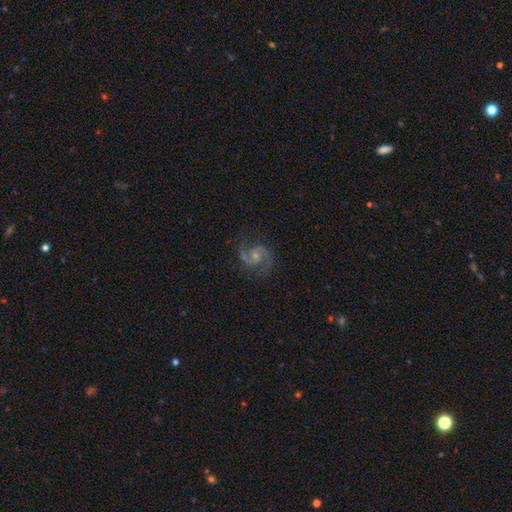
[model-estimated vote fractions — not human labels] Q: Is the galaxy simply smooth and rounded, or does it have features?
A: featured or disk — 88%.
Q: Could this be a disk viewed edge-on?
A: no — 98%.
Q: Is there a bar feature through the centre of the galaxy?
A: no — 58%.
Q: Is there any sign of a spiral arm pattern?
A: yes — 98%.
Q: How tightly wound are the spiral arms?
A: medium — 62%.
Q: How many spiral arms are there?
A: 2 — 92%.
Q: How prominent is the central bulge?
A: small — 53%.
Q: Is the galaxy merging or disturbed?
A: none — 80%.